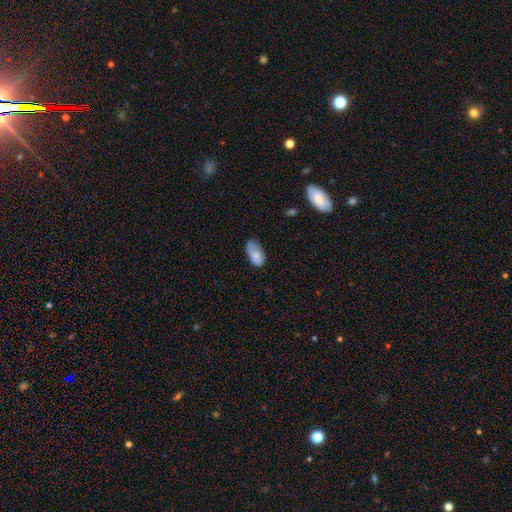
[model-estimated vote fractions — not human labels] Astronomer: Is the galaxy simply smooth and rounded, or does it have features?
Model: smooth — 77%.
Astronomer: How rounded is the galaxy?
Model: in between — 93%.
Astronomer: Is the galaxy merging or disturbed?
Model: none — 49% (runner-up: minor disturbance, 38%).